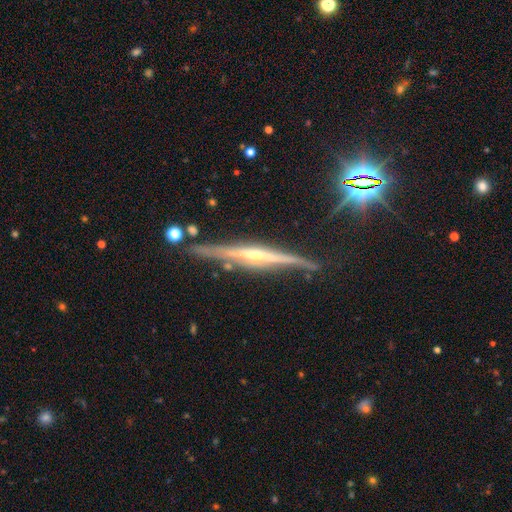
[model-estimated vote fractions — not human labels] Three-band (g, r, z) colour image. It shows a featured or disk galaxy (83%) viewed edge-on (97%) with a rounded central bulge (69%). Merging: none (80%).